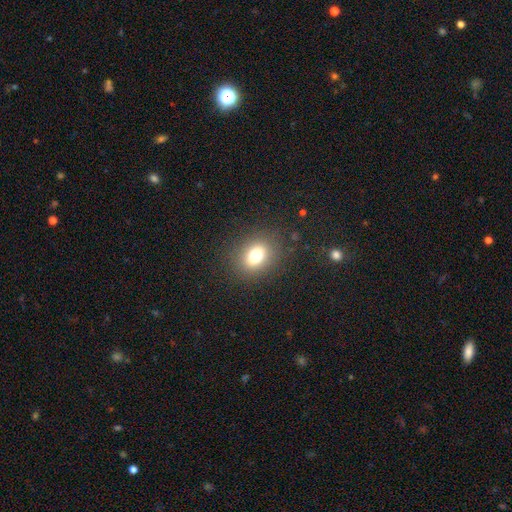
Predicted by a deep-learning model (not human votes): smooth 75%, star or artifact 13%, featured or disk 11%. Down the decision tree: how rounded — in between (60%); merging — none (85%).